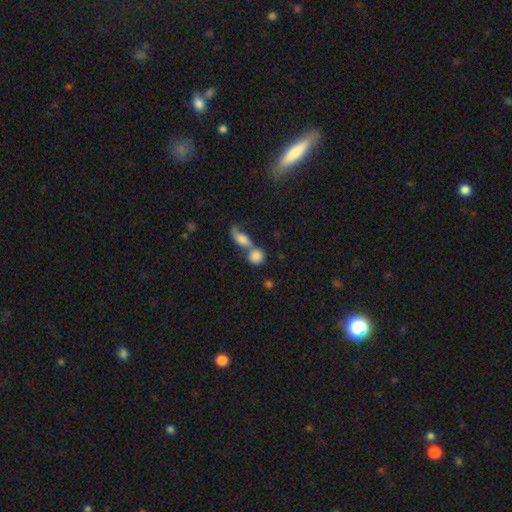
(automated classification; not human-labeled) Smooth or featured? smooth (80%)
How rounded? round (69%)
Merging? merger (64%)